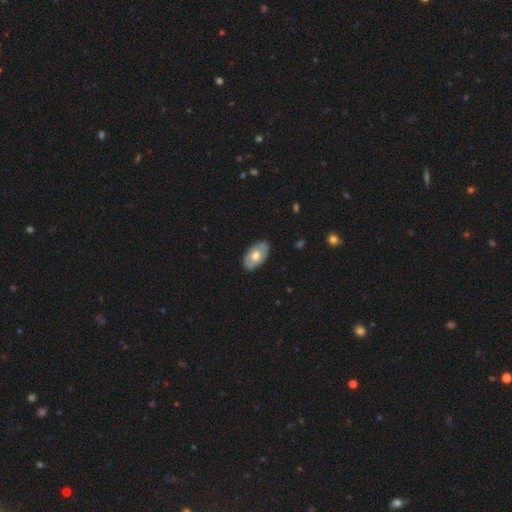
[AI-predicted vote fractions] smooth_or_featured: smooth (p=0.50) [alt: featured or disk p=0.45]
merging: none (p=0.82) [alt: minor disturbance p=0.14]